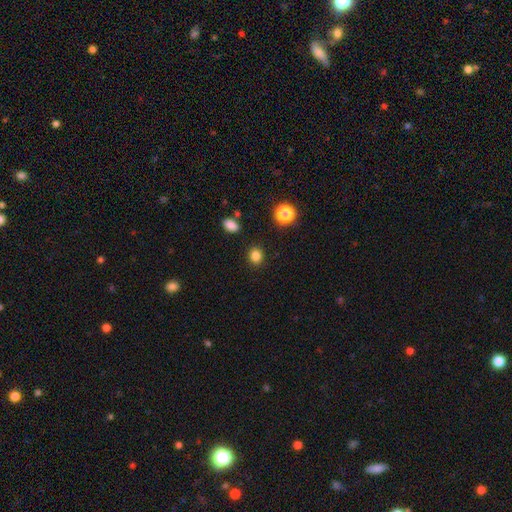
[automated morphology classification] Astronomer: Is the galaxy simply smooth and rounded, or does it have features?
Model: smooth — 84%.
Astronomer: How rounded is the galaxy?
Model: round — 76%.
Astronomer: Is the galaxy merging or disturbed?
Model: none — 90%.